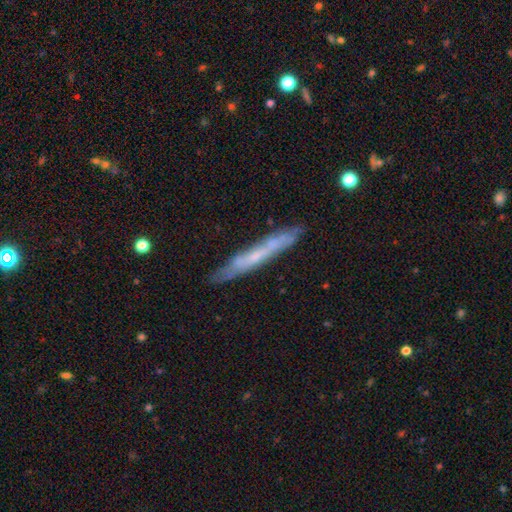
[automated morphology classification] smooth_or_featured: featured or disk (p=0.55) [alt: smooth p=0.39]
disk_edge_on: yes (p=0.81) [alt: no p=0.19]
merging: none (p=0.78) [alt: minor disturbance p=0.16]